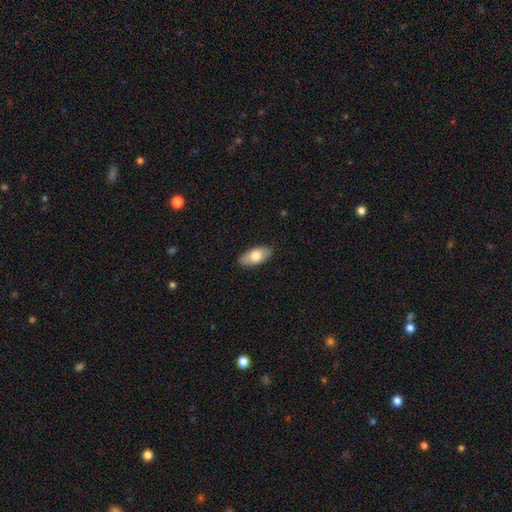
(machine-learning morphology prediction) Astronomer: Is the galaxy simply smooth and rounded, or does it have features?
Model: smooth — 73%.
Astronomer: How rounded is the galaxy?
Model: in between — 92%.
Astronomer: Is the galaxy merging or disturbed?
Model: none — 88%.